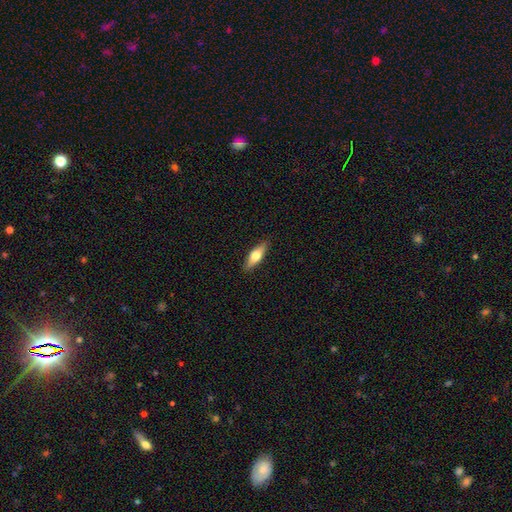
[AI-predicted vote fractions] smooth 53%, featured or disk 40%, star or artifact 6%. Down the decision tree: how rounded — cigar-shaped (51%); merging — none (89%).